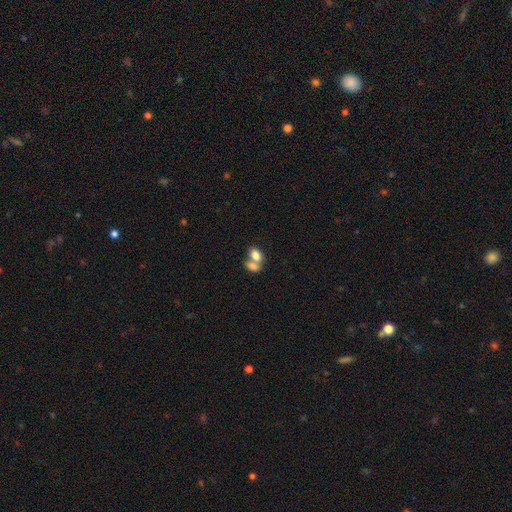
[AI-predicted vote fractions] smooth_or_featured: smooth (p=0.79) [alt: featured or disk p=0.13]
how_rounded: in between (p=0.83) [alt: round p=0.15]
merging: merger (p=0.65) [alt: none p=0.24]